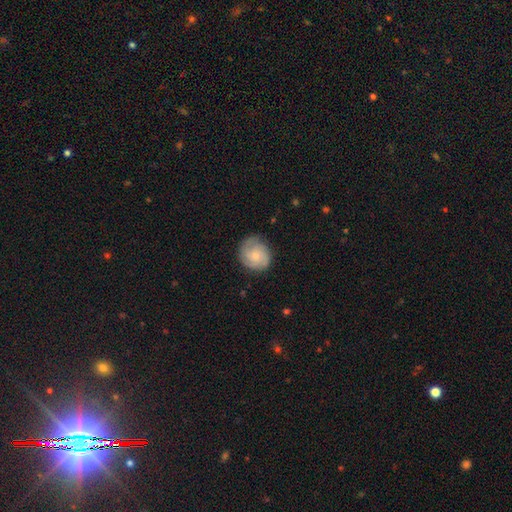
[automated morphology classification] Overall: featured or disk (61%; smooth 32%). Edge-on disk: no (98%). Bar: no (76%). Spiral arms: yes (92%). Spiral arm count: 3 (38%; 2 24%). Spiral winding: tight (55%; medium 35%). Bulge size: small (61%; moderate 34%). Merging: none (76%).